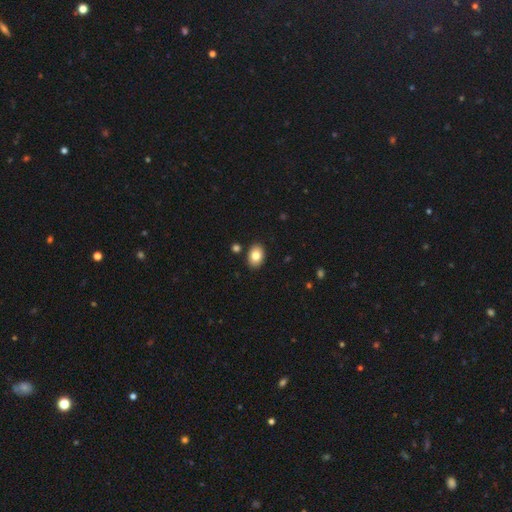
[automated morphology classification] Smooth or featured?
  - smooth: 83% *
  - featured or disk: 9%
  - star or artifact: 8%
How rounded?
  - in between: 77% *
  - round: 23%
  - cigar-shaped: 1%
Merging?
  - none: 88% *
  - minor disturbance: 8%
  - merger: 3%
  - major disturbance: 2%